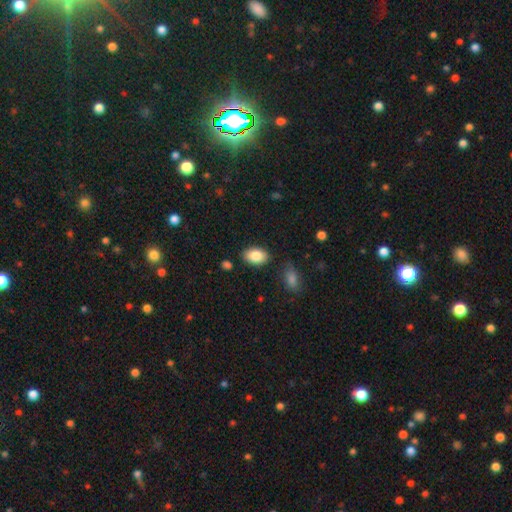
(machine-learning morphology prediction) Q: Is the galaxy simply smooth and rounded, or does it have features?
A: smooth — 86%.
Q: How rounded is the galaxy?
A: in between — 90%.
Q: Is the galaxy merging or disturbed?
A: none — 84%.